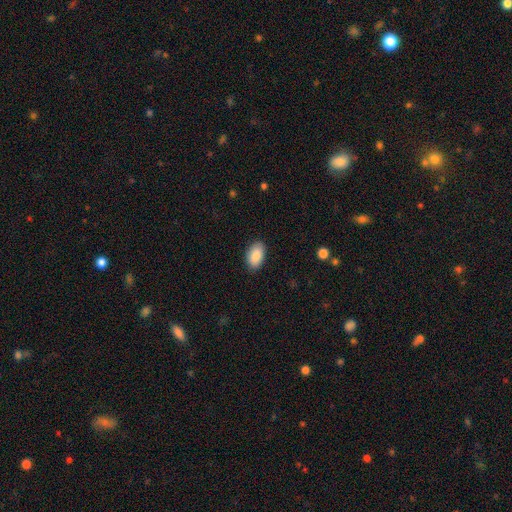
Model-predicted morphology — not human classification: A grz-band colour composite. It shows a smooth galaxy with no disk features (89%) that is in between round and cigar-shaped (94%). Merging: none (87%).